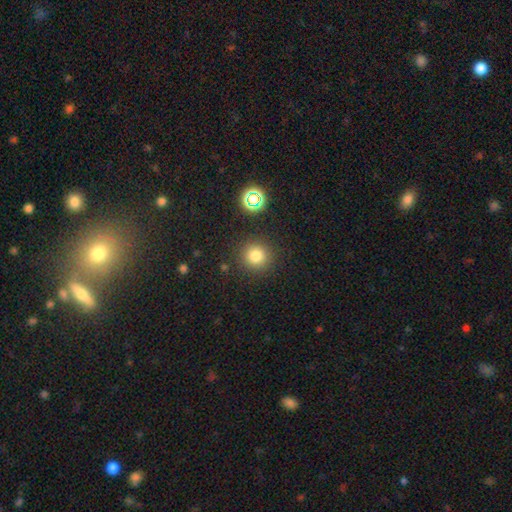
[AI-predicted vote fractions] Smooth or featured: smooth — 78% (star or artifact — 16%)
How rounded: round — 94% (in between — 5%)
Merging: none — 89% (minor disturbance — 6%)